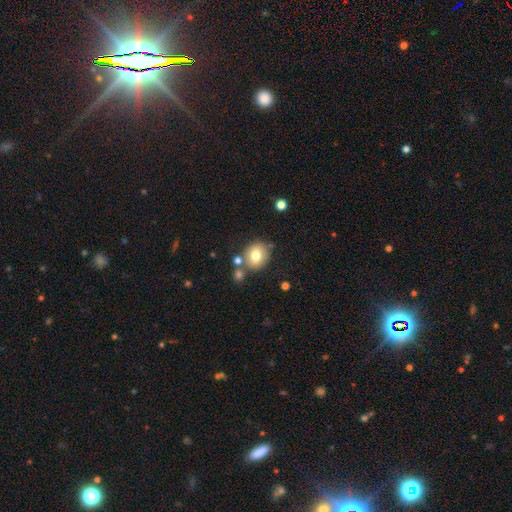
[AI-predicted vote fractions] smooth 74%, featured or disk 15%, star or artifact 10%. Down the decision tree: how rounded — round (71%); merging — none (71%).